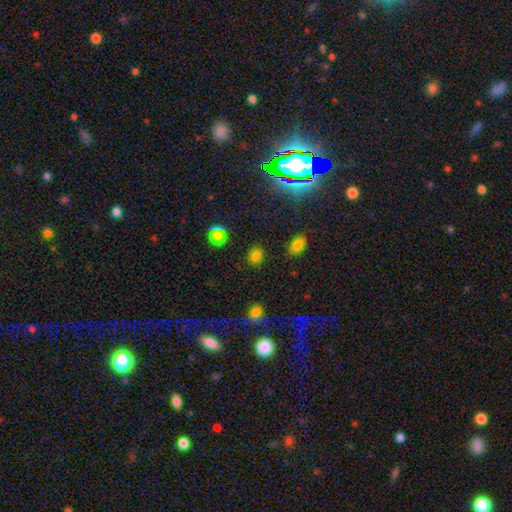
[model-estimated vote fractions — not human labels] A smooth galaxy with no disk features (76%) that is in between round and cigar-shaped (52%). Merging: none (84%).